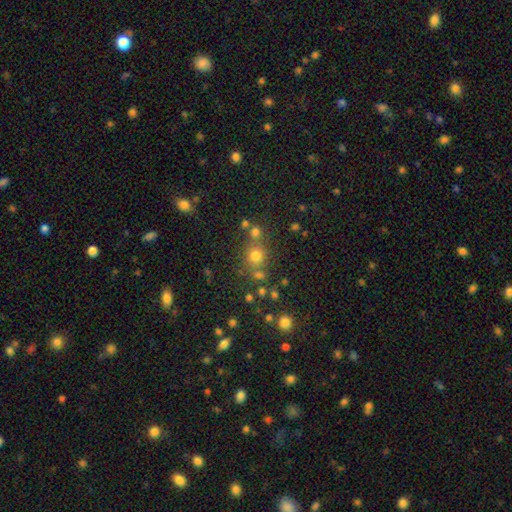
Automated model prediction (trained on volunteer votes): Smooth or featured? smooth (71%)
How rounded? round (87%)
Merging? none (70%)